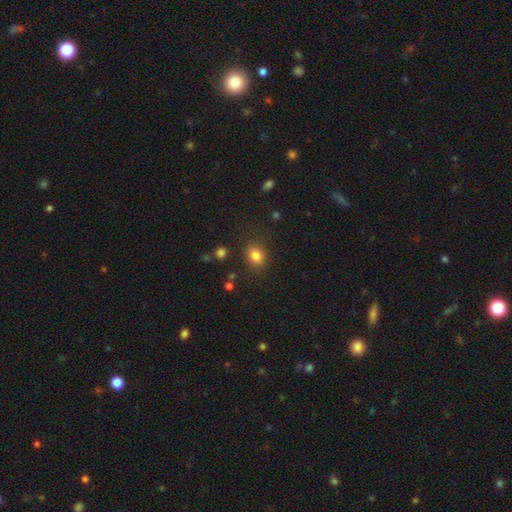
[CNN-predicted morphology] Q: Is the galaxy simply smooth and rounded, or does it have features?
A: smooth — 82%.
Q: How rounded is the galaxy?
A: in between — 56%.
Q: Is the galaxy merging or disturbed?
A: none — 81%.